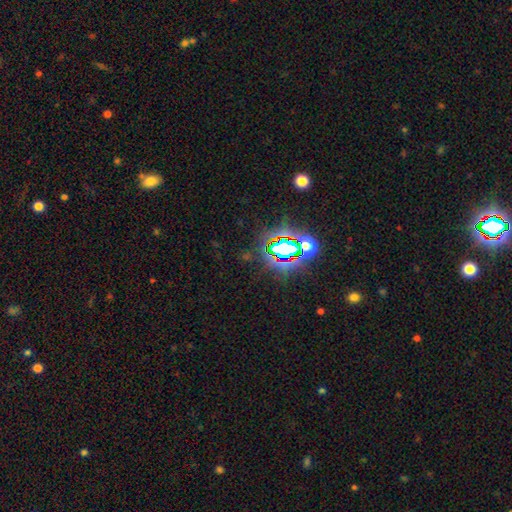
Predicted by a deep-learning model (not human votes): This is likely a star or artifact rather than a galaxy (79%).